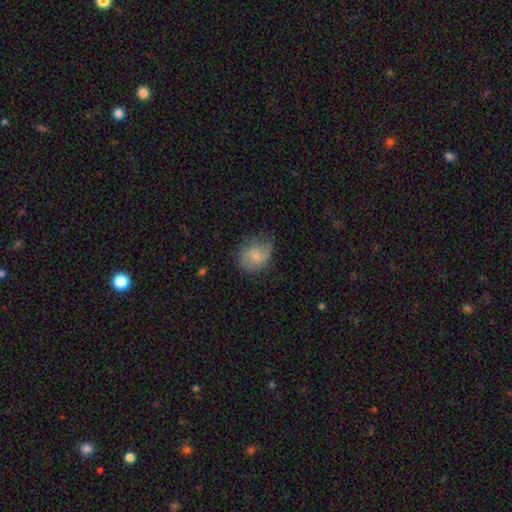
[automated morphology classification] Overall: smooth (56%; featured or disk 37%). How rounded: round (55%; in between 44%). Merging: none (58%; minor disturbance 30%).